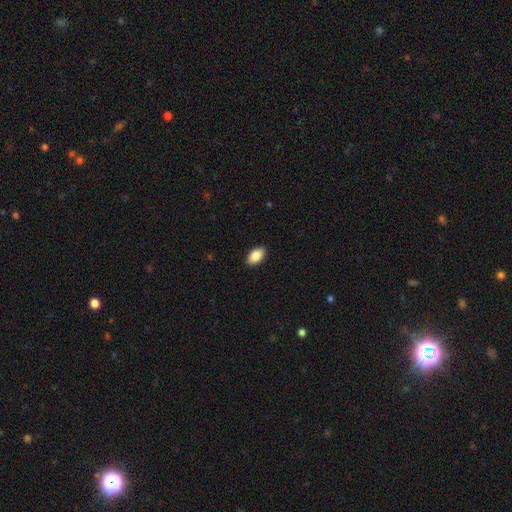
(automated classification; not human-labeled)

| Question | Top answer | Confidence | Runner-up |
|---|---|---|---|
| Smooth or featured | smooth | 86% | star or artifact (7%) |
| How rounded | in between | 93% | round (5%) |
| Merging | none | 90% | minor disturbance (8%) |